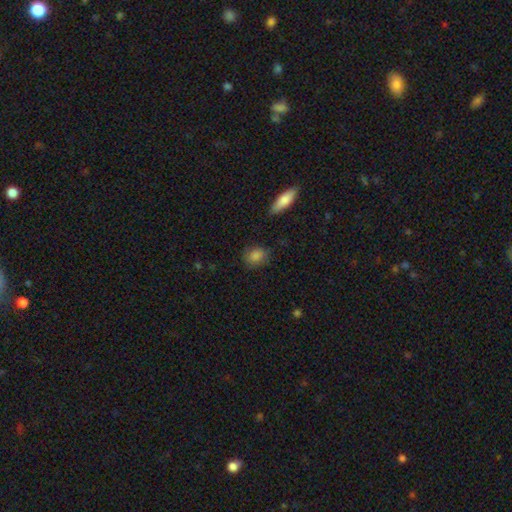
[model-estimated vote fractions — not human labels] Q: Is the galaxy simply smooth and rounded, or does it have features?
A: smooth — 81%.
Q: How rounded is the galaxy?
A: round — 58%.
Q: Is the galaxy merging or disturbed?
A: none — 76%.